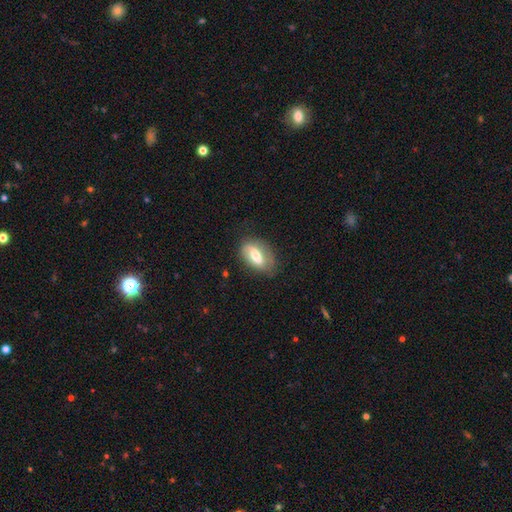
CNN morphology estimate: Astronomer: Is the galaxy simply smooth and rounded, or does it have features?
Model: smooth — 60%.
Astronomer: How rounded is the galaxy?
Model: in between — 87%.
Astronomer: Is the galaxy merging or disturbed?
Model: none — 64%.